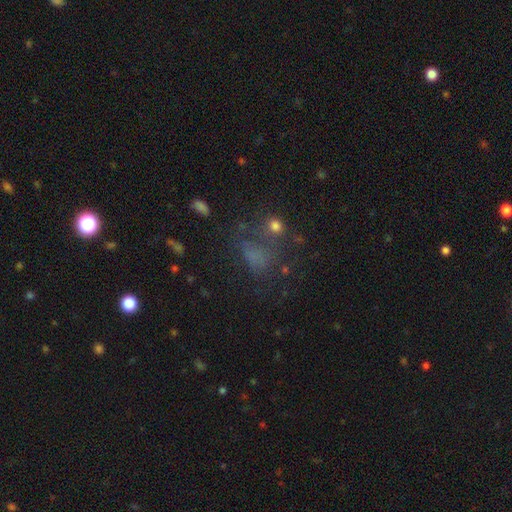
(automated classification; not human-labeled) Smooth or featured? smooth (49%)
Merging? none (43%)